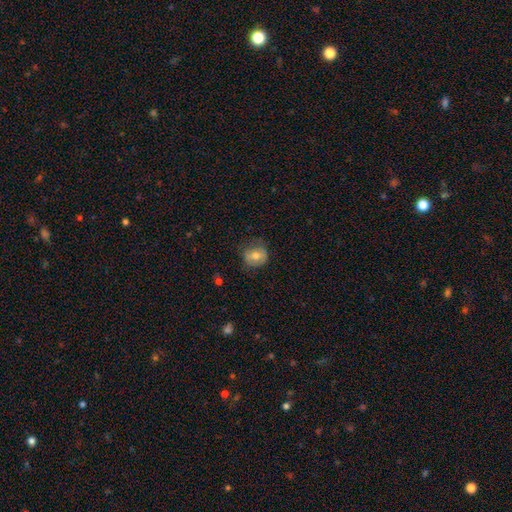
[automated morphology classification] type=smooth (69%); roundness=round (74%); merging=none (67%).